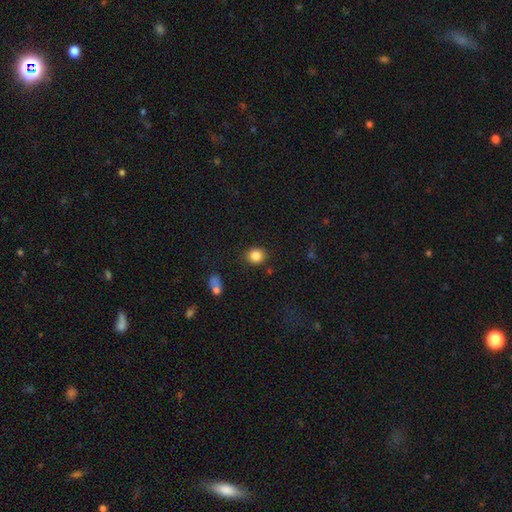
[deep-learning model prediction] Smooth or featured?
  - smooth: 85% *
  - star or artifact: 10%
  - featured or disk: 5%
How rounded?
  - round: 78% *
  - in between: 21%
  - cigar-shaped: 1%
Merging?
  - none: 86% *
  - minor disturbance: 9%
  - major disturbance: 3%
  - merger: 2%